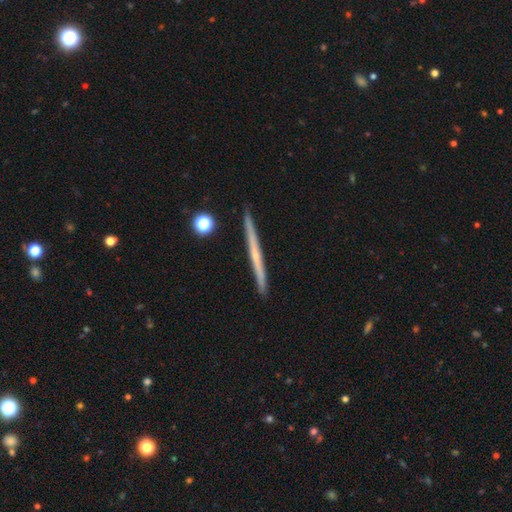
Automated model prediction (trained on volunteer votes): Q: Smooth or featured?
A: featured or disk (63%); runner-up: smooth (31%)
Q: Edge-on disk?
A: yes (98%); runner-up: no (2%)
Q: Edge-on bulge?
A: none (66%); runner-up: rounded (30%)
Q: Merging?
A: none (92%); runner-up: minor disturbance (6%)